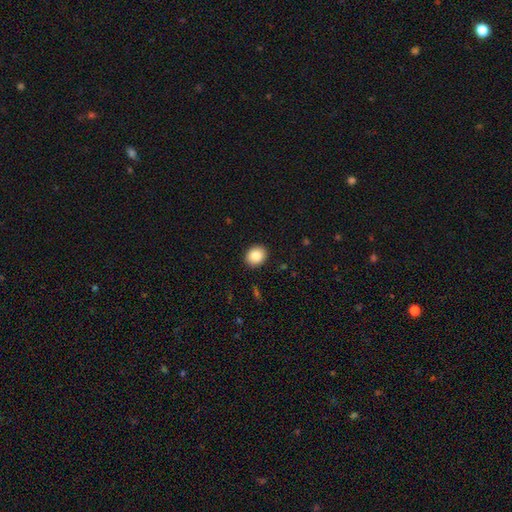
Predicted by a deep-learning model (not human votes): This appears to be a smooth galaxy with no disk features (87%) that is round (63%). Merging: none (91%).